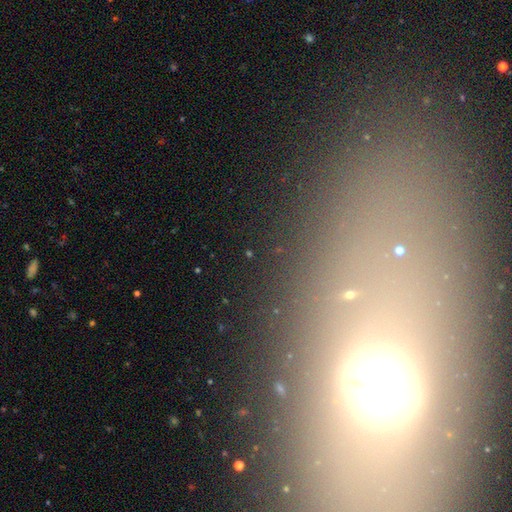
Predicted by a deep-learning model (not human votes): Smooth or featured: star or artifact — 43% (featured or disk — 29%)